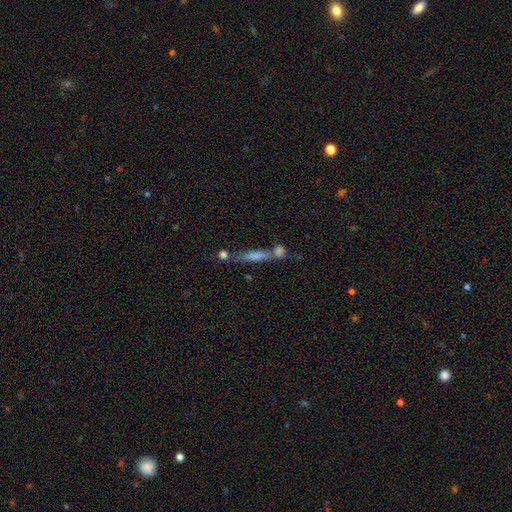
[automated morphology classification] smooth_or_featured: smooth (p=0.48) [alt: featured or disk p=0.37]
merging: none (p=0.51) [alt: merger p=0.31]